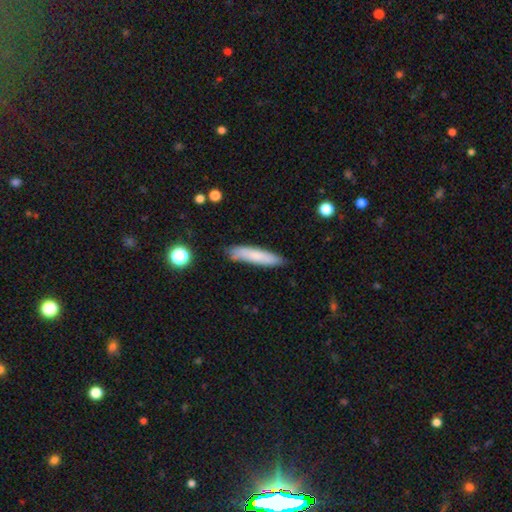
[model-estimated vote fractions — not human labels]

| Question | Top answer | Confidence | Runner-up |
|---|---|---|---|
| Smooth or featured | smooth | 77% | featured or disk (16%) |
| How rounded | cigar-shaped | 85% | in between (14%) |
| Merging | none | 82% | minor disturbance (14%) |